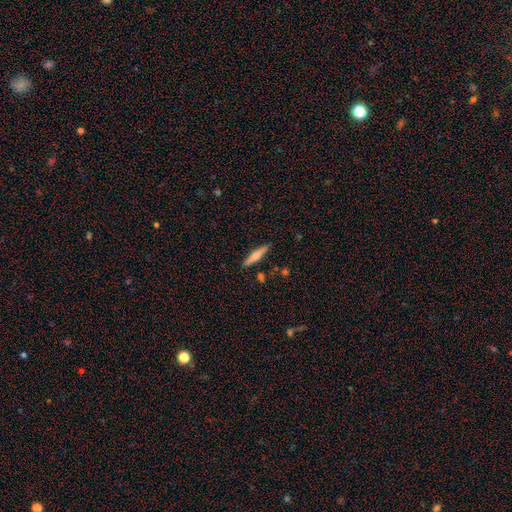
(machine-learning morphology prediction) This appears to be a smooth galaxy with no disk features (52%) that is cigar-shaped (88%). Merging: none (88%).